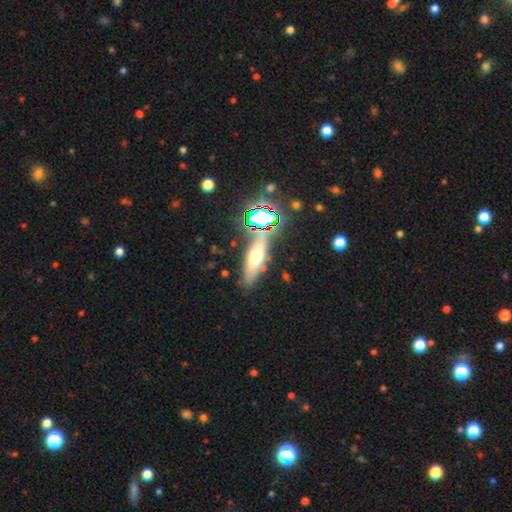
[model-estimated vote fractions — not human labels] Smooth or featured? smooth (45%)
Merging? none (78%)